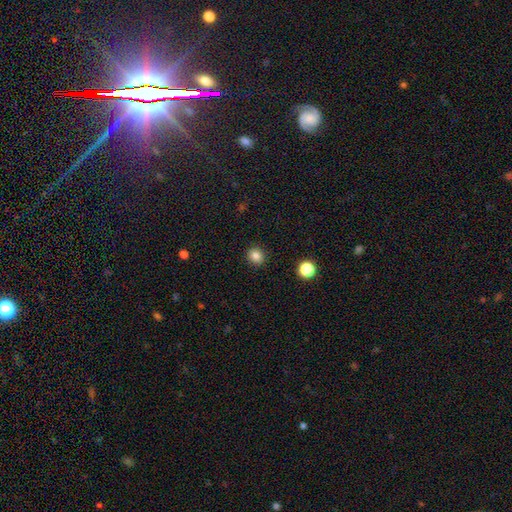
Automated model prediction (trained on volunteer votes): A smooth galaxy with no disk features (83%) that is round (84%).

Vote fractions:
- Smooth or featured? smooth: 83% / star or artifact: 12% / featured or disk: 5%
- How rounded? round: 84% / in between: 15% / cigar-shaped: 1%
- Merging? none: 91% / minor disturbance: 6% / major disturbance: 2% / merger: 1%